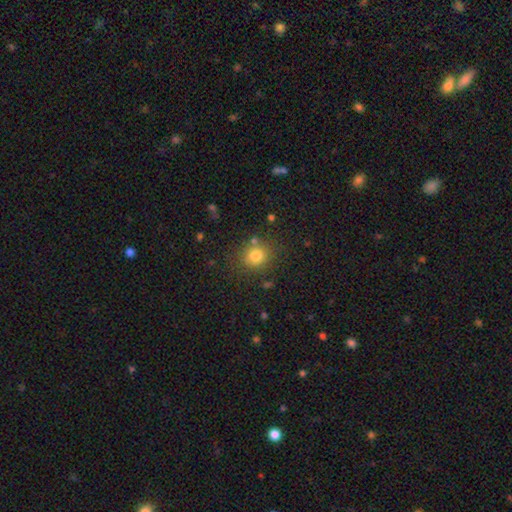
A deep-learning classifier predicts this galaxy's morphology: Smooth or featured?
  - smooth: 79% *
  - star or artifact: 13%
  - featured or disk: 7%
How rounded?
  - round: 81% *
  - in between: 18%
  - cigar-shaped: 1%
Merging?
  - none: 80% *
  - minor disturbance: 10%
  - merger: 6%
  - major disturbance: 4%